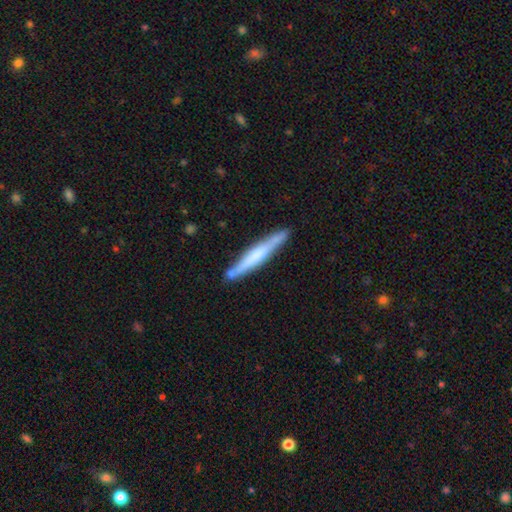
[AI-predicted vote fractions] Smooth or featured? smooth (49%)
Merging? none (81%)